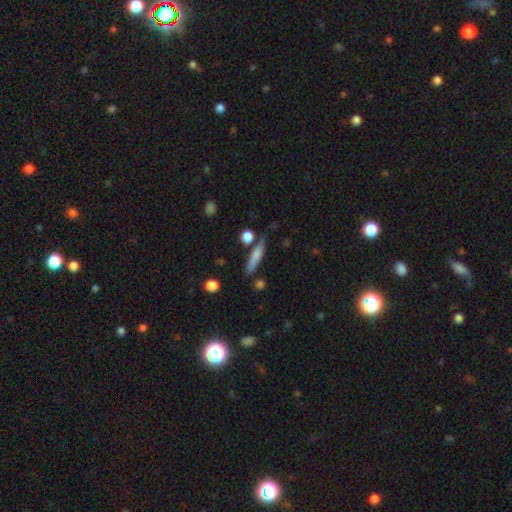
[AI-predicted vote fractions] smooth_or_featured: smooth (p=0.72) [alt: featured or disk p=0.20]
how_rounded: cigar-shaped (p=0.83) [alt: in between p=0.13]
merging: none (p=0.75) [alt: minor disturbance p=0.14]